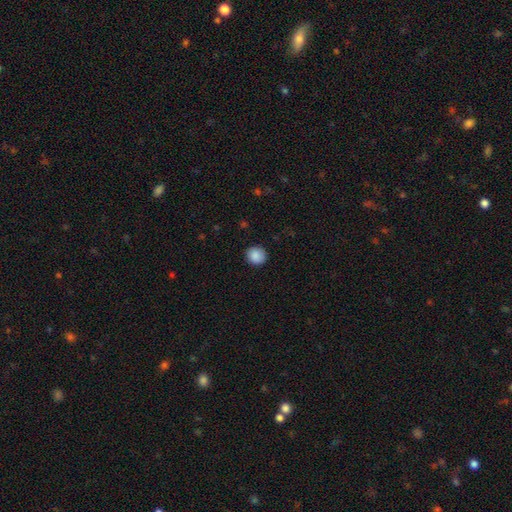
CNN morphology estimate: This appears to be a smooth galaxy with no disk features (88%) that is round (88%). Merging: none (88%).